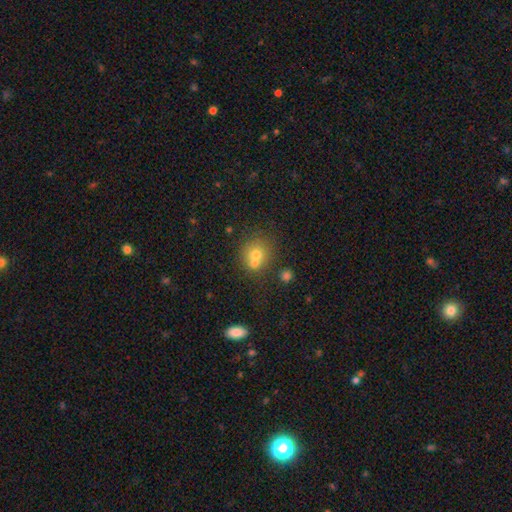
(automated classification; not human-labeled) smooth 67%, featured or disk 18%, star or artifact 14%. Down the decision tree: how rounded — round (77%); merging — merger (47%).